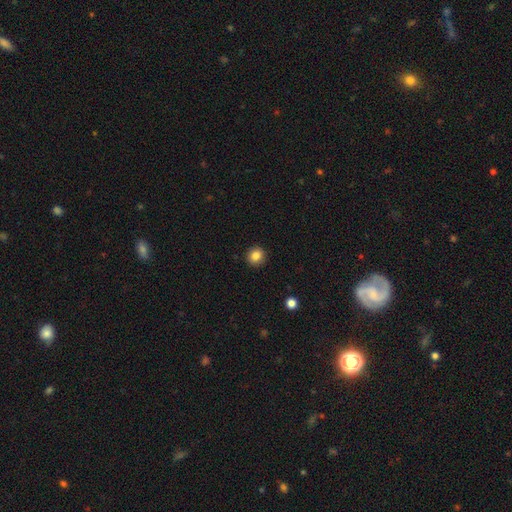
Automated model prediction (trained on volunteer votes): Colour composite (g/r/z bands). It shows a smooth galaxy with no disk features (85%) that is round (89%). Merging: none (91%).